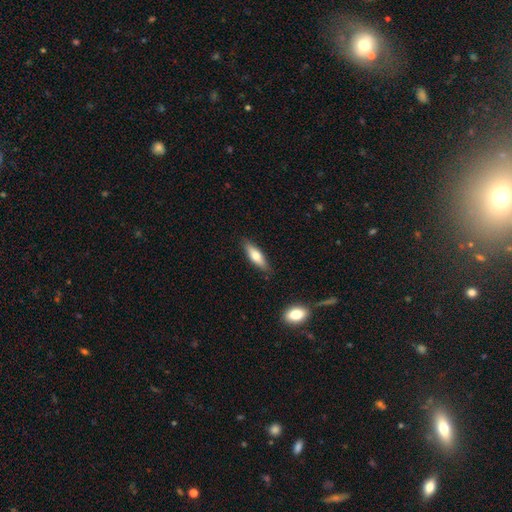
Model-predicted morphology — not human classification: smooth 64%, featured or disk 30%, star or artifact 6%. Down the decision tree: how rounded — cigar-shaped (55%); merging — none (85%).